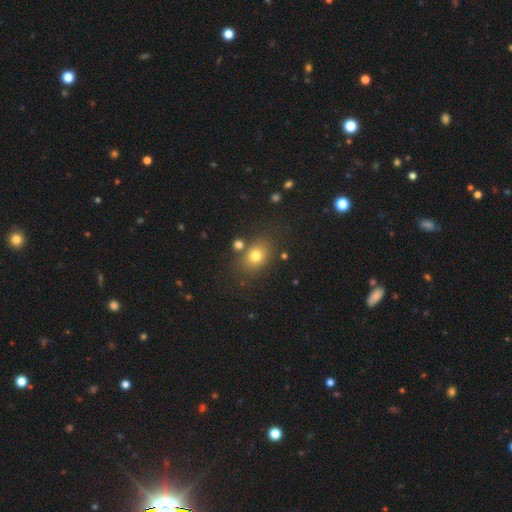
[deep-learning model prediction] smooth_or_featured: smooth (p=0.75) [alt: star or artifact p=0.13]
how_rounded: in between (p=0.58) [alt: round p=0.40]
merging: none (p=0.74) [alt: minor disturbance p=0.12]